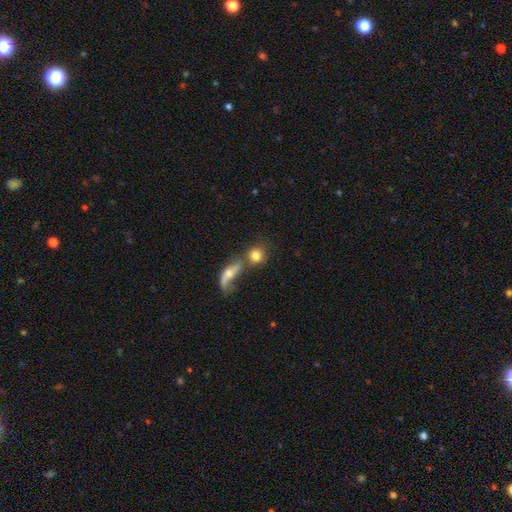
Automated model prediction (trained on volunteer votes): A smooth galaxy with no disk features (75%) that is round (76%).

Vote fractions:
- Smooth or featured? smooth: 75% / featured or disk: 16% / star or artifact: 9%
- How rounded? round: 76% / in between: 21% / cigar-shaped: 3%
- Merging? merger: 42% / none: 41% / minor disturbance: 10% / major disturbance: 7%